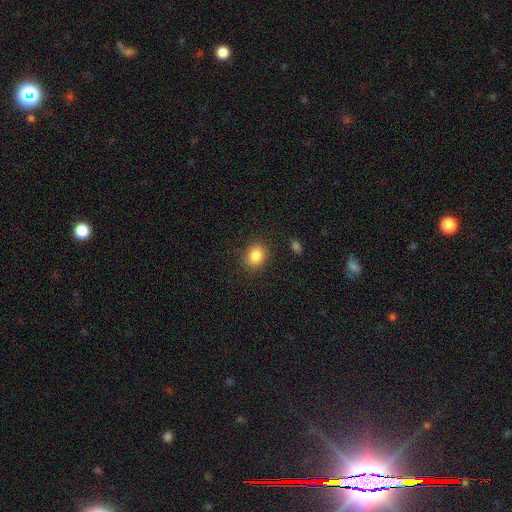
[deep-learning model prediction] A smooth galaxy with no disk features (85%) that is round (63%). Merging: none (86%).